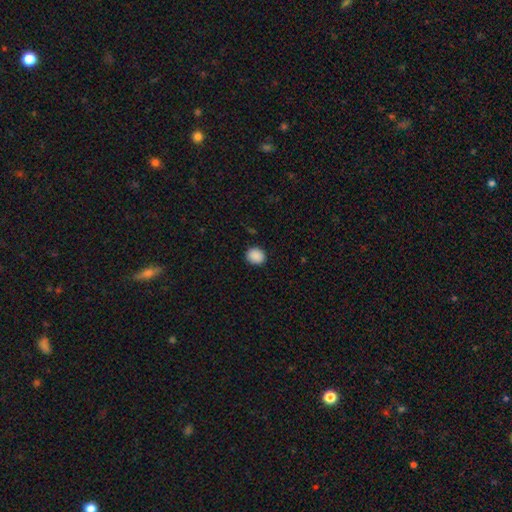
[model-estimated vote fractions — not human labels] A smooth galaxy with no disk features (89%) that is round (72%). Merging: none (89%).